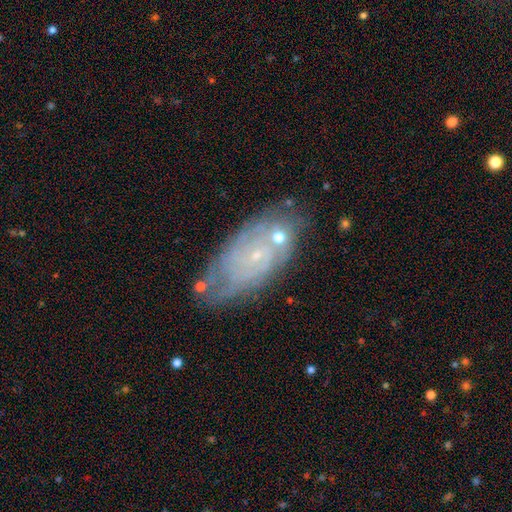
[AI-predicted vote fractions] featured or disk 69%, smooth 22%, star or artifact 10%. Down the decision tree: edge-on disk — no (93%); bar — no (77%); spiral arms — yes (80%); spiral arm count — can't tell (56%); spiral winding — tight (64%); bulge size — small (82%); merging — none (65%).